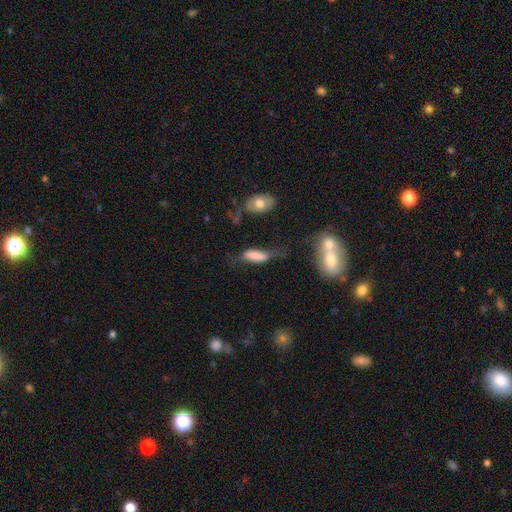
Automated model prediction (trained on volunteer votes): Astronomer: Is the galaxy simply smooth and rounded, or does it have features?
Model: smooth — 74%.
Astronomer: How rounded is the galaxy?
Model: in between — 68%.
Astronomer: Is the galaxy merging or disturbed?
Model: none — 34% (runner-up: minor disturbance, 30%).